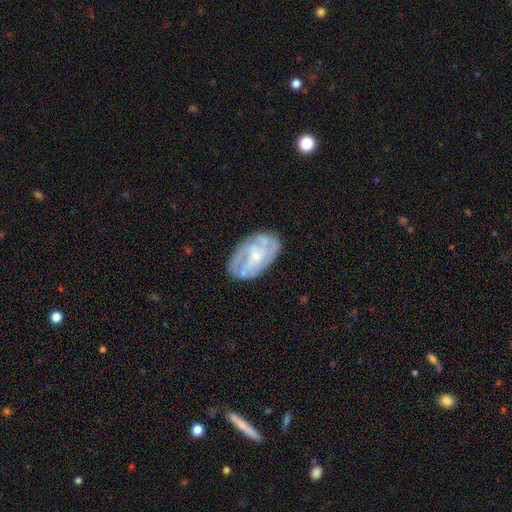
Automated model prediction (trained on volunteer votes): A featured or disk galaxy (74%) with no bar (59%), tight (50%) spiral arms (80%) and a small central bulge (65%). Merging: none (73%).